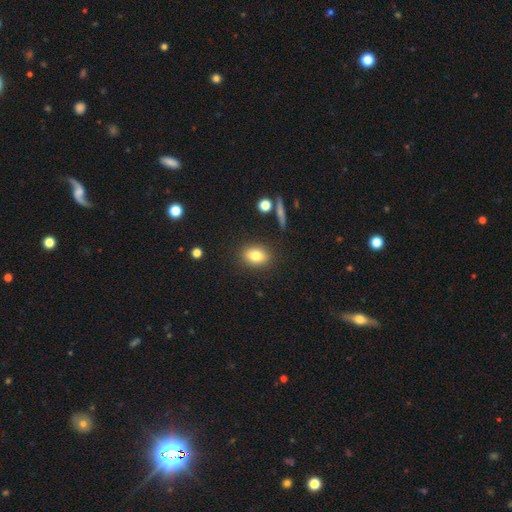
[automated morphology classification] Smooth or featured? Predicted: smooth (p=0.80). How rounded? Predicted: in between (p=0.71). Merging? Predicted: none (p=0.86).